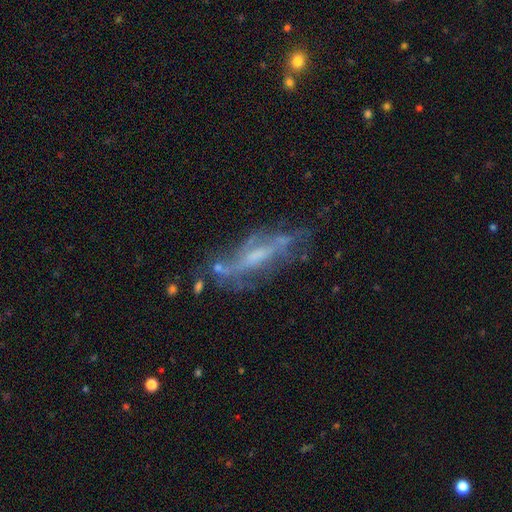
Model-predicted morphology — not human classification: Smooth or featured? featured or disk (72%)
Edge-on disk? no (67%)
Merging? none (52%)